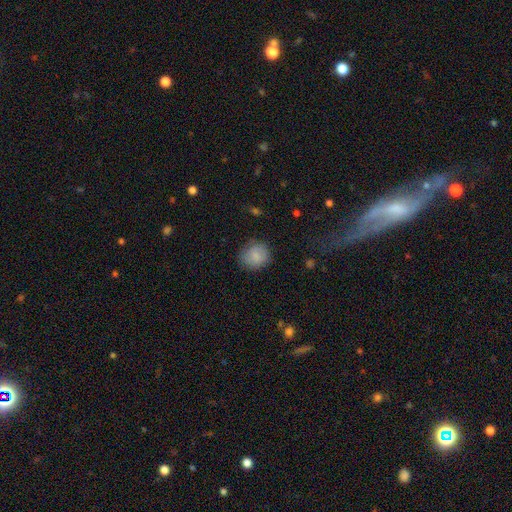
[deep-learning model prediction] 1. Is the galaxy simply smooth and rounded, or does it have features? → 81% smooth, 11% featured or disk, 8% star or artifact.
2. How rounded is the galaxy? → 79% round, 20% in between, 1% cigar-shaped.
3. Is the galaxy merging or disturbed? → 78% none, 17% minor disturbance, 4% major disturbance, 1% merger.